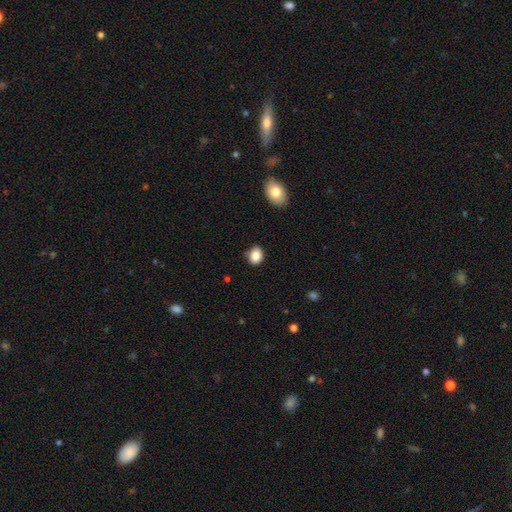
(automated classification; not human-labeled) The model was most divided on "how rounded": in between: 50%, round: 49%, cigar-shaped: 1%. More confident: smooth or featured — smooth (85%); merging — none (78%).